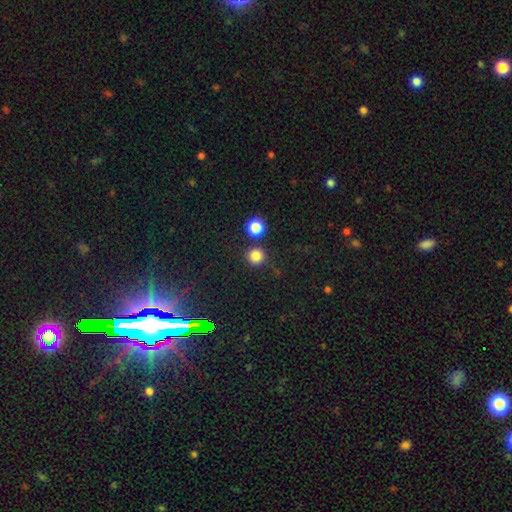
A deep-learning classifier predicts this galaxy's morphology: This is clearly a smooth galaxy (82%). How rounded: clearly round (95%). Merging: clearly none (84%).